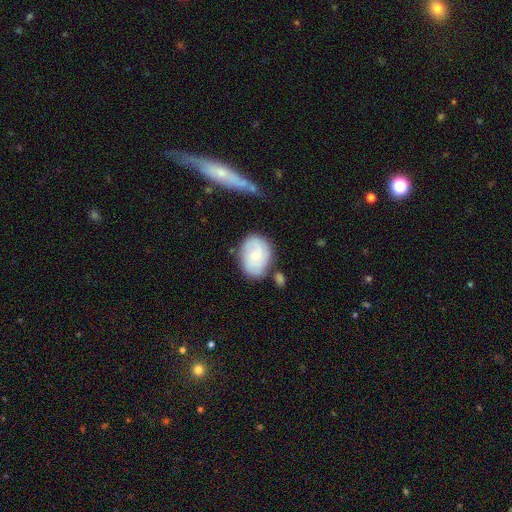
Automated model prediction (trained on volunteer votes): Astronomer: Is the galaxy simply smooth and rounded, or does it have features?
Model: smooth — 50% (runner-up: featured or disk, 43%).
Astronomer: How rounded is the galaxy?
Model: in between — 68%.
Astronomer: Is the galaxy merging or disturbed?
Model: none — 67%.